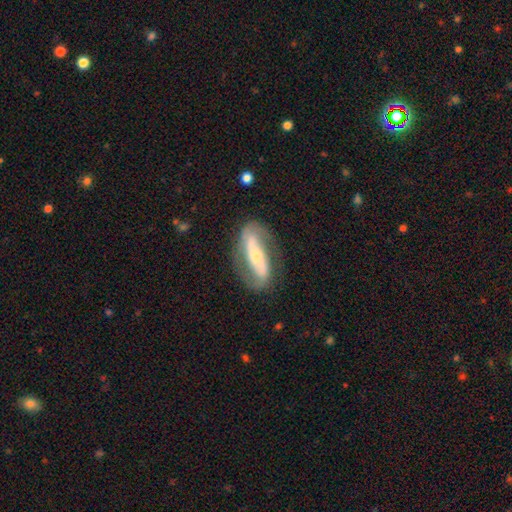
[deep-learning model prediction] Overall: featured or disk (79%). Edge-on disk: no (88%). Bar: strong (58%; no 24%). Spiral arms: yes (86%). Spiral arm count: 2 (88%). Spiral winding: medium (39%; loose 33%). Bulge size: small (56%; moderate 36%). Merging: none (78%).